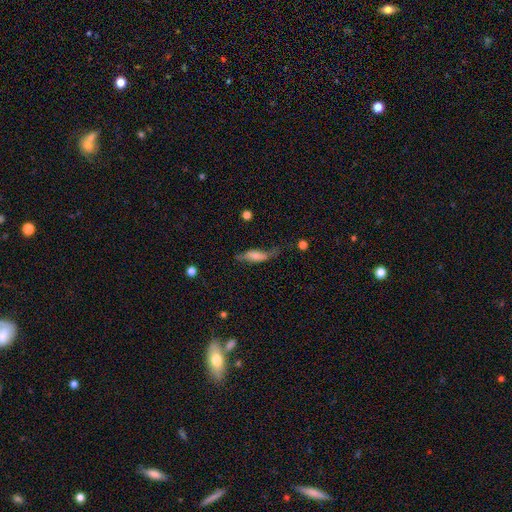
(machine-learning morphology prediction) type=smooth (59%); roundness=in between (63%); merging=none (42%).